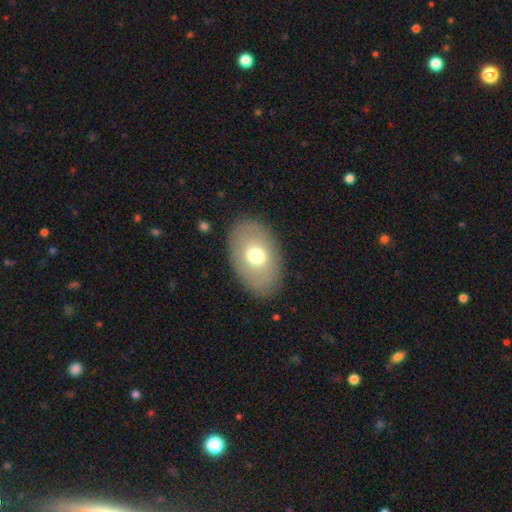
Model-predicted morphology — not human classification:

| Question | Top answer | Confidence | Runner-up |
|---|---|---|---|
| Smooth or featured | smooth | 66% | featured or disk (26%) |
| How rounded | in between | 86% | round (13%) |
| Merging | none | 86% | minor disturbance (9%) |